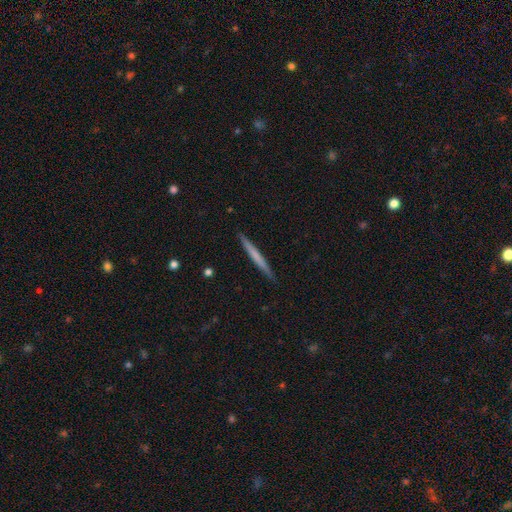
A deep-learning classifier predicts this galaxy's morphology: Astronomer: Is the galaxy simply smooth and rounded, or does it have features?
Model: smooth — 57% (runner-up: featured or disk, 38%).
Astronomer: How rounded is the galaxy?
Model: cigar-shaped — 97%.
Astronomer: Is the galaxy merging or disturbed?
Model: none — 91%.